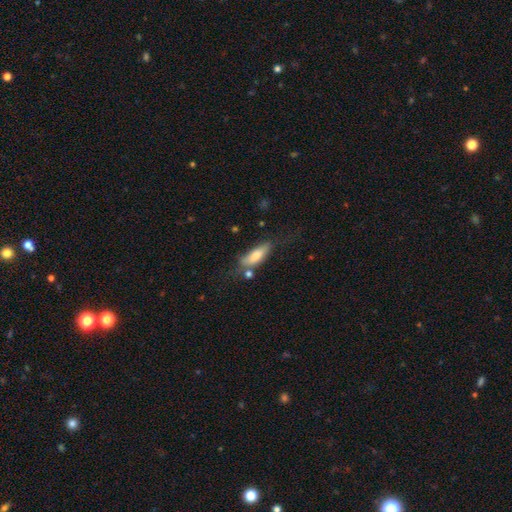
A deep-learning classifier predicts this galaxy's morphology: A smooth galaxy with no disk features (70%) that is in between round and cigar-shaped (57%).

Vote fractions:
- Smooth or featured? smooth: 70% / featured or disk: 23% / star or artifact: 7%
- How rounded? in between: 57% / cigar-shaped: 41% / round: 2%
- Merging? none: 52% / minor disturbance: 26% / major disturbance: 12% / merger: 9%